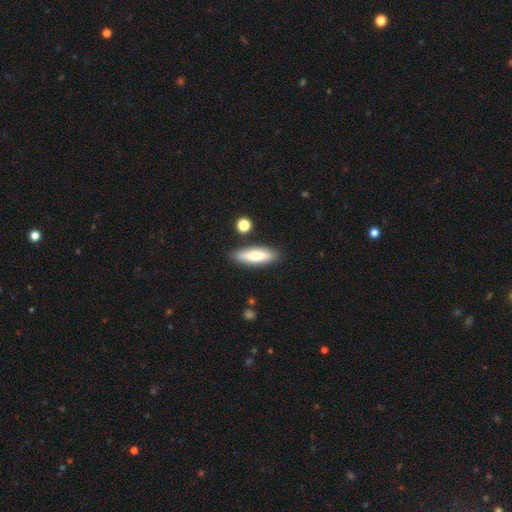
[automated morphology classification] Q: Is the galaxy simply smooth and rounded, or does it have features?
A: smooth — 75%.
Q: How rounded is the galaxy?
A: cigar-shaped — 49%, tied with in between.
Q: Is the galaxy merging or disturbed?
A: none — 84%.